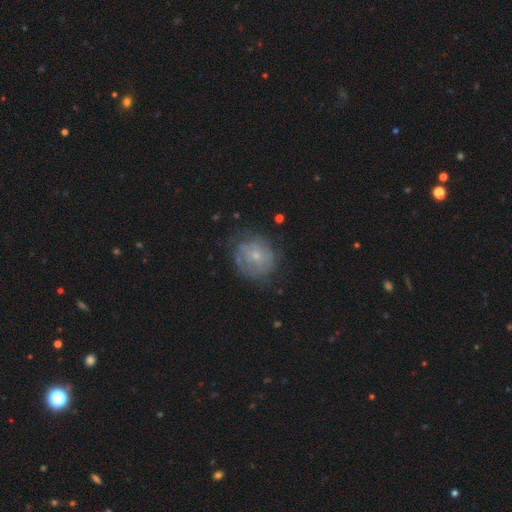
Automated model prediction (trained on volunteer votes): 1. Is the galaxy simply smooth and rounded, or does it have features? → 47% featured or disk, 43% smooth, 10% star or artifact.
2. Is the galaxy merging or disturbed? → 62% none, 24% minor disturbance, 12% major disturbance, 2% merger.